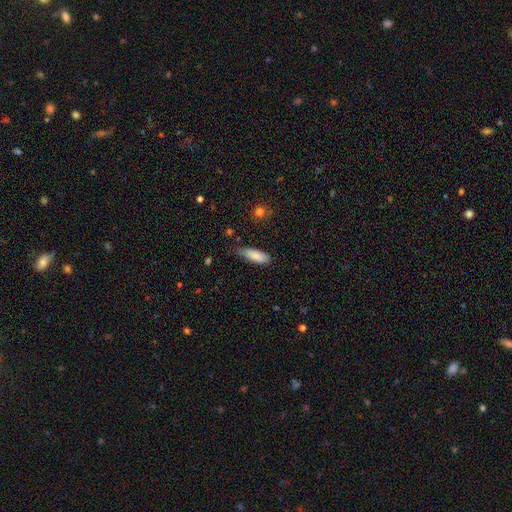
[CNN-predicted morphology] smooth-or-featured: smooth: 84% | featured or disk: 10% | star or artifact: 6%
  how-rounded: in between: 64% | cigar-shaped: 34% | round: 2%
  merging: none: 60% | minor disturbance: 32% | major disturbance: 5% | merger: 2%